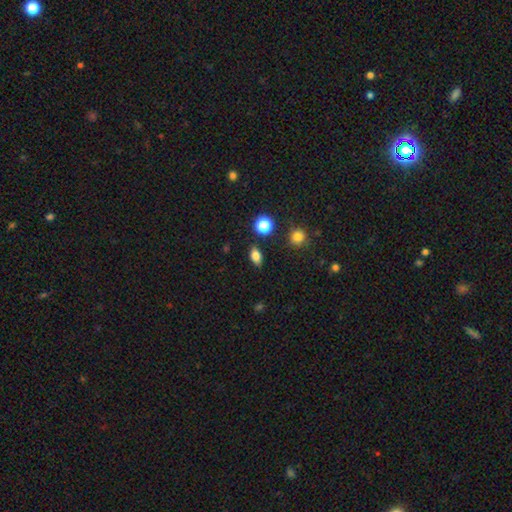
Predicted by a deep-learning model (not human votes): Smooth or featured? smooth (81%)
How rounded? in between (80%)
Merging? none (85%)